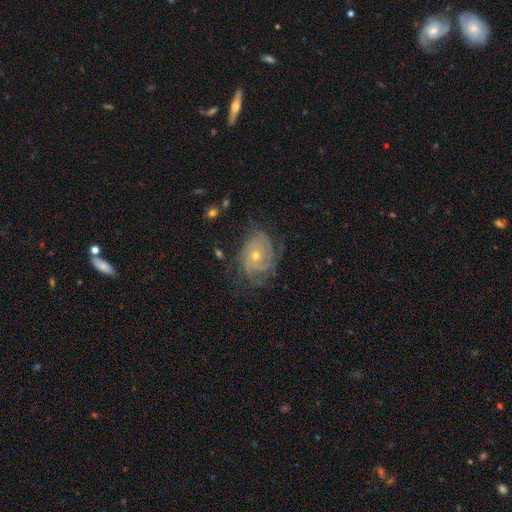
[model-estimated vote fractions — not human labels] A featured or disk galaxy (82%) with no bar (79%), tight (68%) spiral arms (94%) and a small central bulge (52%).

Vote fractions:
- Smooth or featured? featured or disk: 82% / smooth: 10% / star or artifact: 8%
- Edge-on disk? no: 97% / yes: 3%
- Bar? no: 79% / weak: 18% / strong: 4%
- Spiral arms? yes: 94% / no: 6%
- Spiral winding? tight: 68% / medium: 25% / loose: 7%
- Spiral arm count? can't tell: 31% / 3: 25% / 2: 21% / 4: 11% / 1: 6% / more than 4: 6%
- Bulge size? small: 52% / moderate: 45% / large: 1% / none: 1% / dominant: 1%
- Merging? none: 67% / minor disturbance: 21% / major disturbance: 10% / merger: 2%